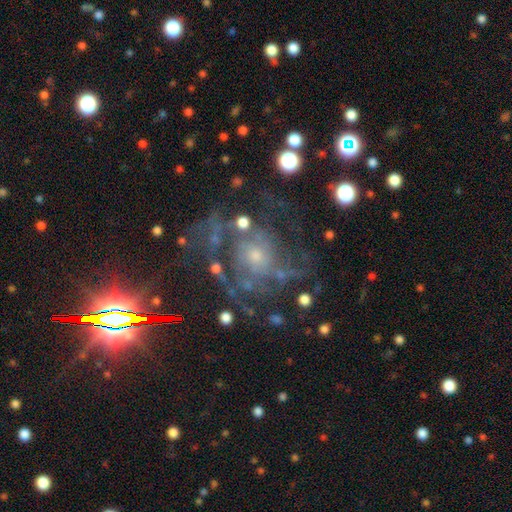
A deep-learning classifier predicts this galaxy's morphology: Smooth or featured: featured or disk — 72% (star or artifact — 17%)
Edge-on disk: no — 97% (yes — 3%)
Bar: no — 77% (weak — 18%)
Spiral arms: yes — 85% (no — 15%)
Spiral winding: tight — 45% (medium — 39%)
Spiral arm count: can't tell — 40% (2 — 19%)
Bulge size: small — 53% (moderate — 37%)
Merging: none — 59% (major disturbance — 20%)